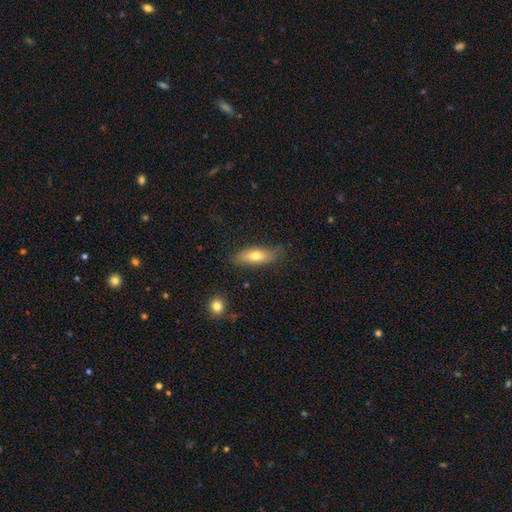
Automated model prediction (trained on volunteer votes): The model was most divided on "how rounded": in between: 62%, cigar-shaped: 35%, round: 3%. More confident: merging — none (75%); smooth or featured — smooth (70%).